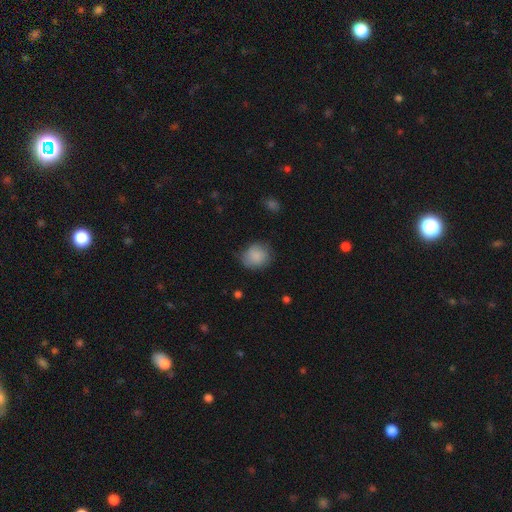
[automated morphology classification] Overall: smooth (85%). How rounded: round (73%). Merging: none (68%).